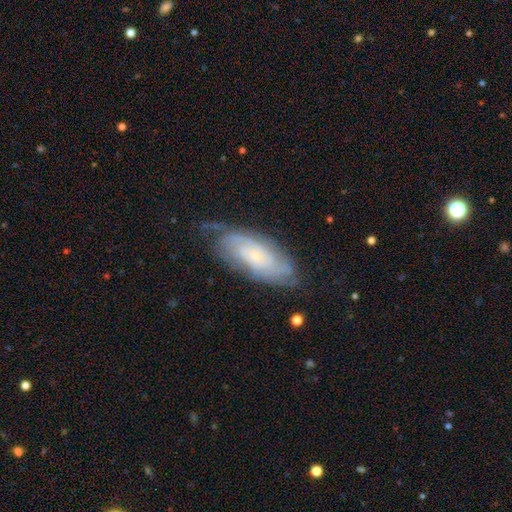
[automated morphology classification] The model was most divided on "spiral arm count": can't tell: 50%, 2: 26%, 3: 10%, 4: 6%, 1: 4%, more than 4: 4%. More confident: spiral arms — yes (92%); edge-on disk — no (90%); bulge size — small (75%); smooth or featured — featured or disk (73%); bar — no (73%); merging — none (66%); spiral winding — tight (66%).